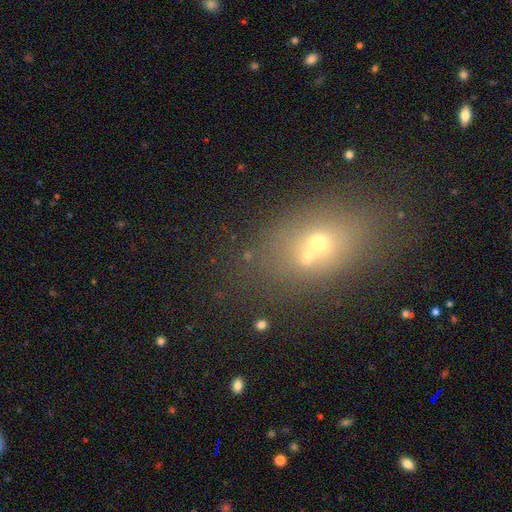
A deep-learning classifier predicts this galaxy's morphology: smooth_or_featured: smooth (p=0.49) [alt: star or artifact p=0.29]
merging: none (p=0.54) [alt: merger p=0.29]